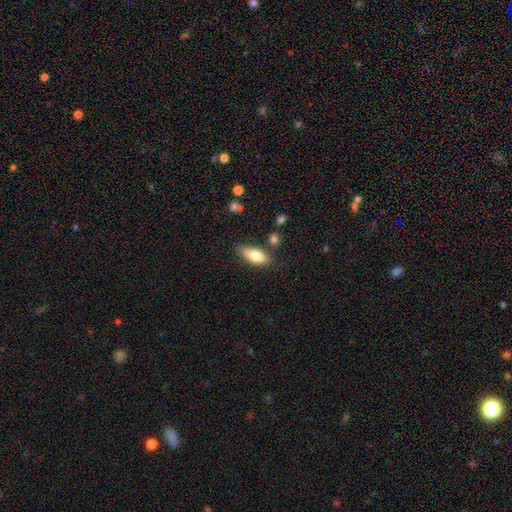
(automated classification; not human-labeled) Overall: smooth (76%). How rounded: in between (76%). Merging: none (76%).